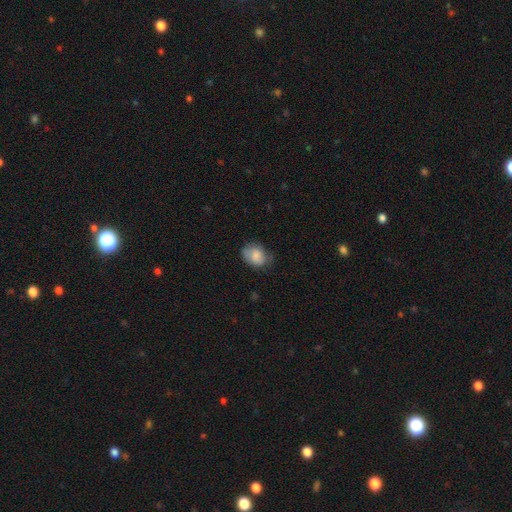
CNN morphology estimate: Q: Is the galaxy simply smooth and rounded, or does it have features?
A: smooth — 79%.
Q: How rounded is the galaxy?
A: in between — 57%.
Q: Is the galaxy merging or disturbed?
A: none — 57%.